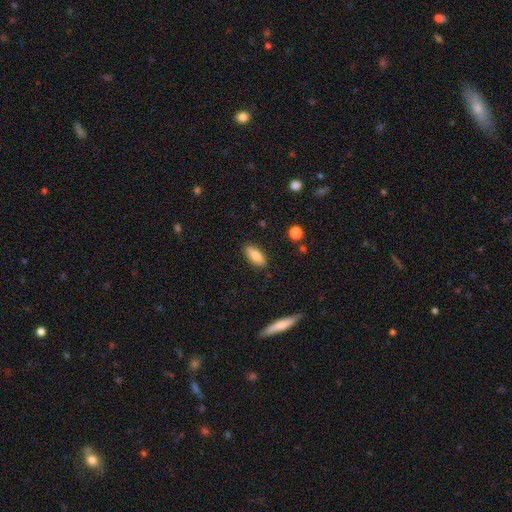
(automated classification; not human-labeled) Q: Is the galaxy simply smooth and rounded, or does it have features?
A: smooth — 83%.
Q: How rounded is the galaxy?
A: in between — 79%.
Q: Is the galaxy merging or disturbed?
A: none — 87%.